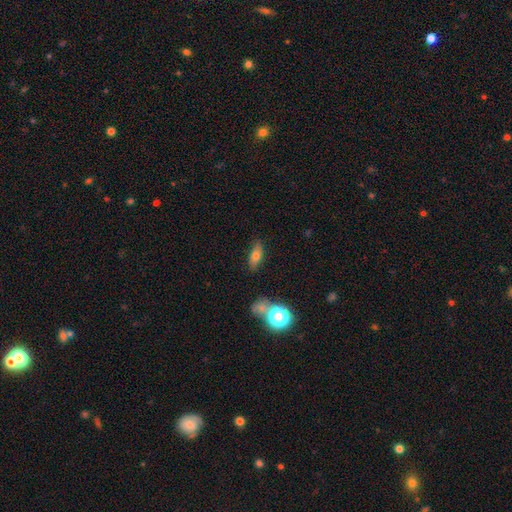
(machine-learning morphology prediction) Smooth or featured: smooth — 69% (featured or disk — 18%)
How rounded: in between — 70% (cigar-shaped — 24%)
Merging: none — 78% (minor disturbance — 14%)